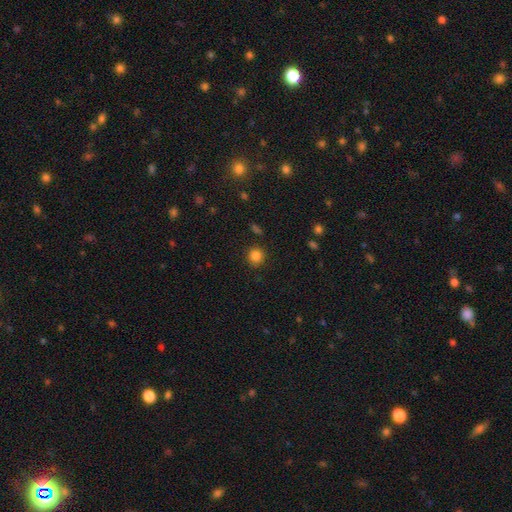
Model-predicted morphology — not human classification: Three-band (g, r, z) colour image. It shows a smooth galaxy with no disk features (84%) that is round (91%). Merging: none (89%).